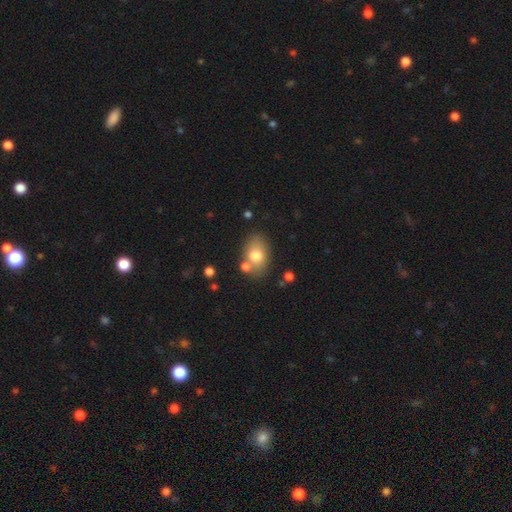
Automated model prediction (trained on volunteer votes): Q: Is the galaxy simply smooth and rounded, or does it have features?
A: smooth — 75%.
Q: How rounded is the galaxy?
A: in between — 79%.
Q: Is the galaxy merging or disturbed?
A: none — 65%.